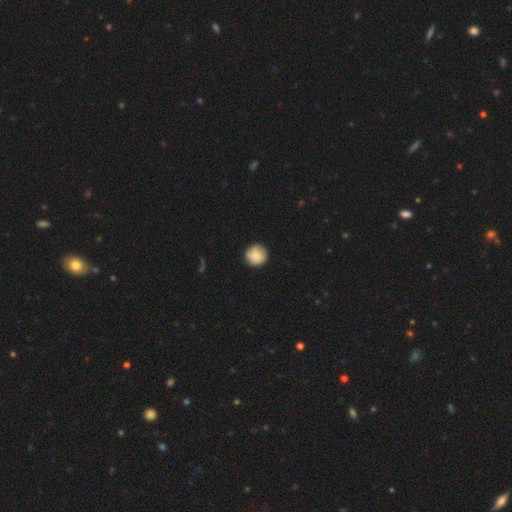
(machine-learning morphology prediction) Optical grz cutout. It shows a smooth galaxy with no disk features (83%) that is round (92%). Merging: none (83%).